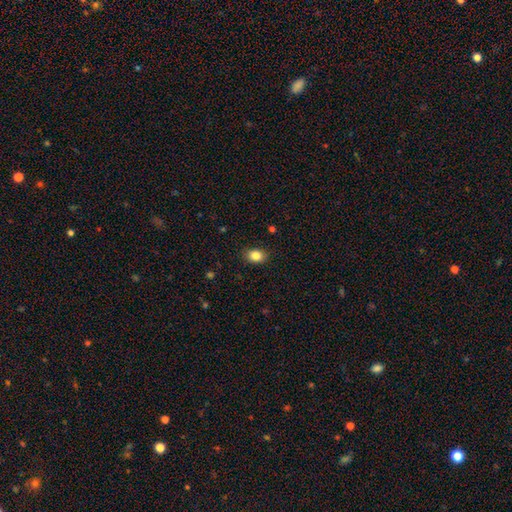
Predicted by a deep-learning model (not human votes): This is clearly a smooth galaxy (85%). How rounded: likely in between (64%). Merging: clearly none (87%).